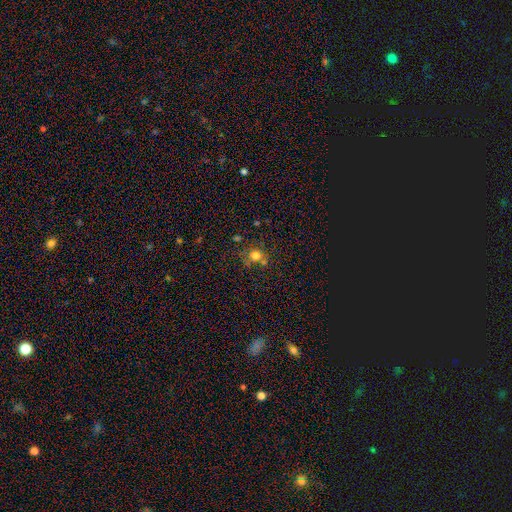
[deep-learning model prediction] smooth 74%, star or artifact 16%, featured or disk 10%. Down the decision tree: how rounded — round (84%); merging — none (60%).